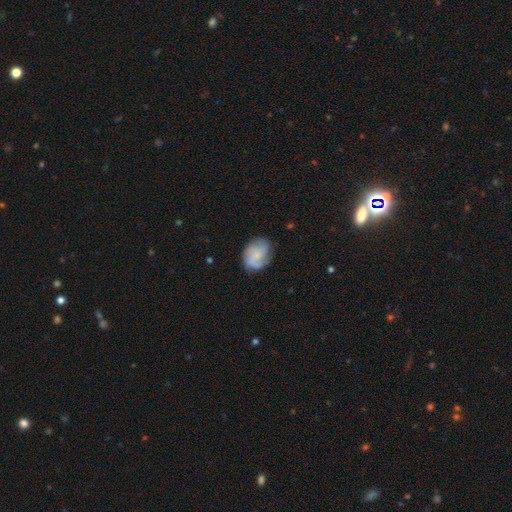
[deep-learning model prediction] Q: Smooth or featured?
A: featured or disk (55%); runner-up: smooth (37%)
Q: Edge-on disk?
A: no (98%); runner-up: yes (2%)
Q: Bar?
A: no (66%); runner-up: weak (30%)
Q: Spiral arms?
A: yes (89%); runner-up: no (11%)
Q: Bulge size?
A: small (43%); runner-up: none (33%)
Q: Merging?
A: none (70%); runner-up: minor disturbance (20%)